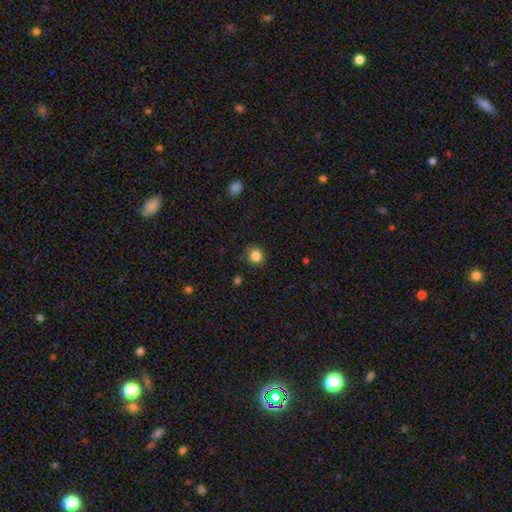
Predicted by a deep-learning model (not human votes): smooth-or-featured: smooth: 84% | star or artifact: 11% | featured or disk: 5%
  how-rounded: round: 87% | in between: 12% | cigar-shaped: 1%
  merging: none: 89% | minor disturbance: 8% | major disturbance: 2% | merger: 1%